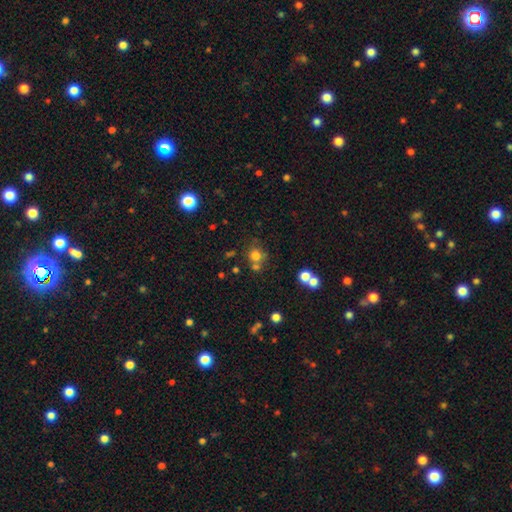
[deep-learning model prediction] This appears to be a smooth galaxy with no disk features (73%) that is round (87%). Merging: none (60%).